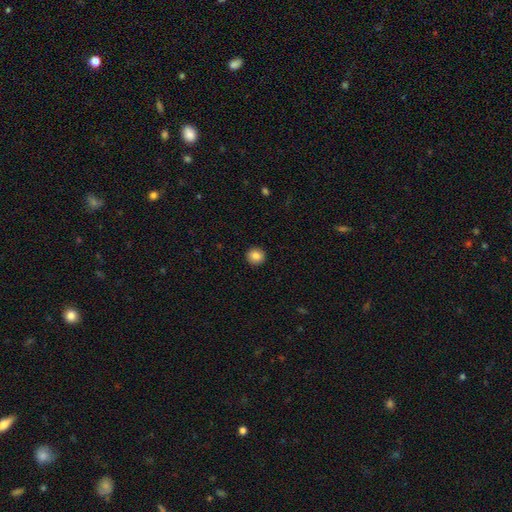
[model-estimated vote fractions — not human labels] A smooth galaxy with no disk features (86%) that is round (92%). Merging: none (93%).